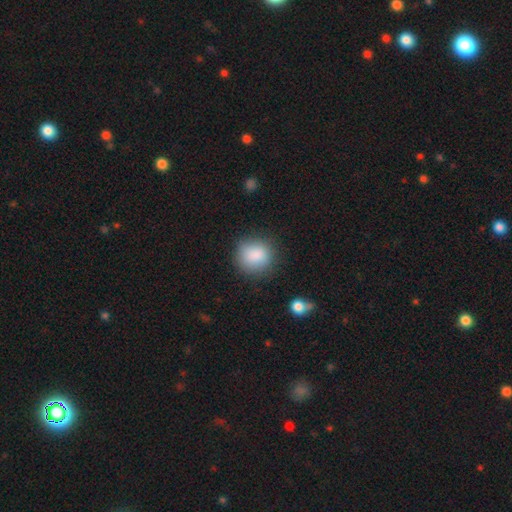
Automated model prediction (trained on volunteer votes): Smooth or featured?
  - smooth: 87% *
  - star or artifact: 8%
  - featured or disk: 5%
How rounded?
  - round: 87% *
  - in between: 12%
  - cigar-shaped: 1%
Merging?
  - none: 83% *
  - minor disturbance: 11%
  - major disturbance: 4%
  - merger: 2%